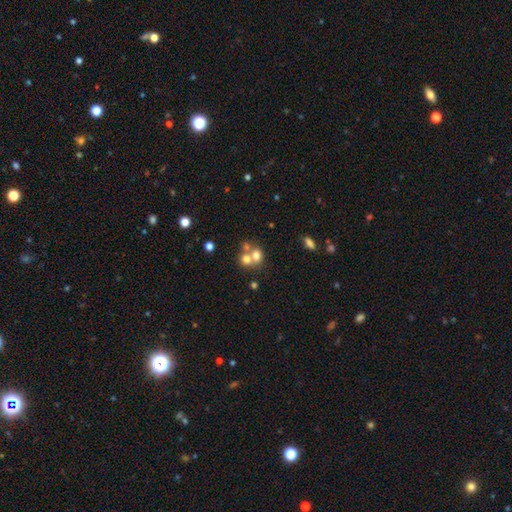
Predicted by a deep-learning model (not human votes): Smooth or featured: smooth — 67% (featured or disk — 20%)
How rounded: round — 72% (in between — 27%)
Merging: merger — 58% (none — 32%)